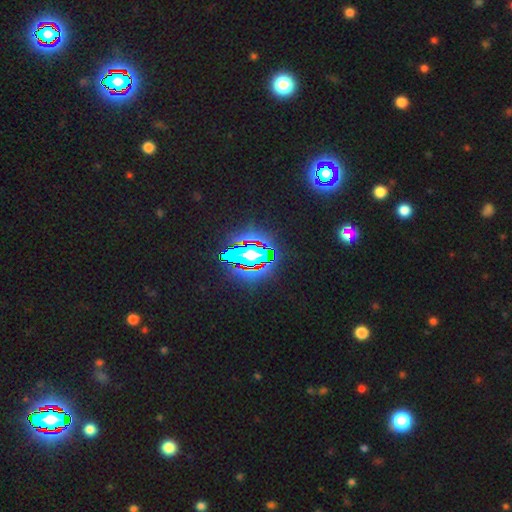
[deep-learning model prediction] The model was most divided on "smooth or featured": star or artifact: 68%, smooth: 17%, featured or disk: 15%.